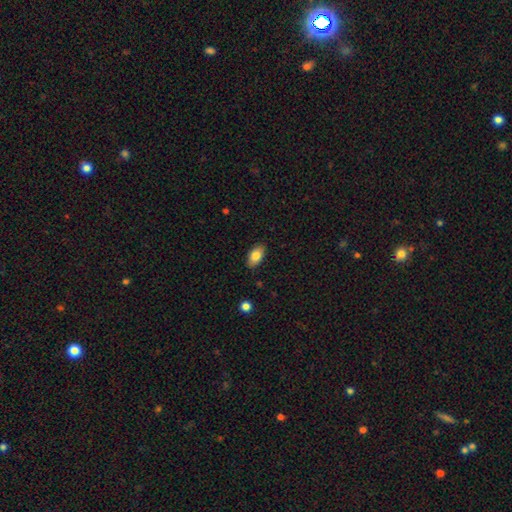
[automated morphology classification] Smooth or featured? Predicted: smooth (p=0.82). How rounded? Predicted: in between (p=0.92). Merging? Predicted: none (p=0.87).